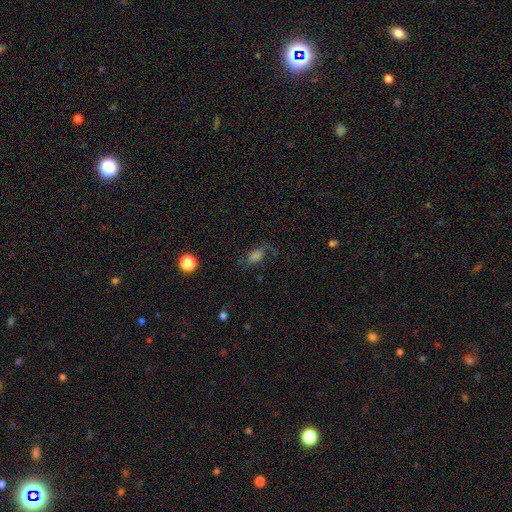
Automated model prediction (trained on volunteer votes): Q: Smooth or featured?
A: smooth (48%); runner-up: featured or disk (28%)
Q: Merging?
A: none (61%); runner-up: minor disturbance (20%)